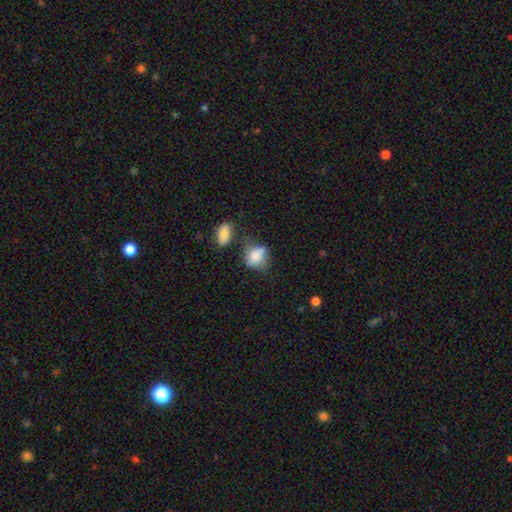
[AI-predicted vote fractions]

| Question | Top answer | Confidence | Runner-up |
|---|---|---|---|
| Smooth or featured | smooth | 72% | featured or disk (18%) |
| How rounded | in between | 62% | round (35%) |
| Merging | none | 39% | minor disturbance (29%) |